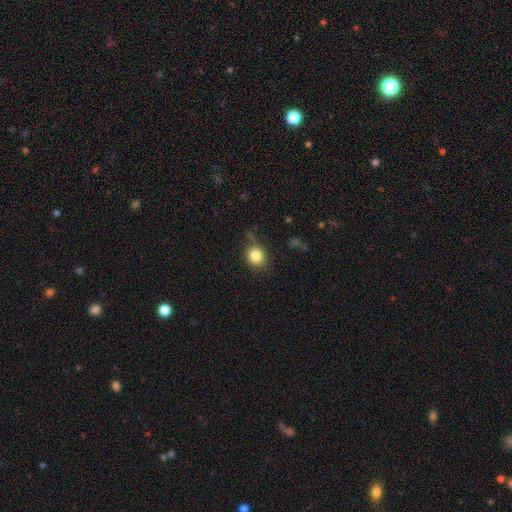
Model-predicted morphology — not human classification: type=smooth (83%); roundness=round (76%); merging=none (76%).